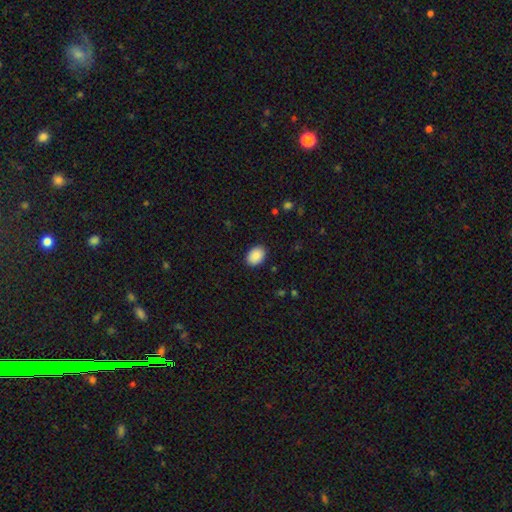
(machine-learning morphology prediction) type=smooth (90%); roundness=in between (75%); merging=none (89%).